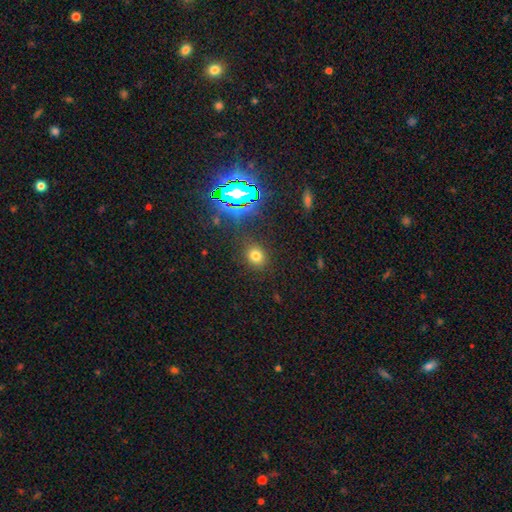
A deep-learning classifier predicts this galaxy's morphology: Smooth or featured? smooth (69%)
How rounded? round (64%)
Merging? none (86%)